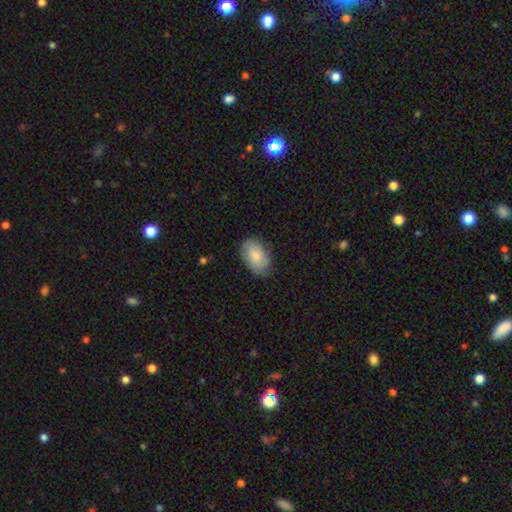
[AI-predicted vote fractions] Smooth or featured?
  - smooth: 79% *
  - featured or disk: 15%
  - star or artifact: 6%
How rounded?
  - in between: 89% *
  - round: 10%
  - cigar-shaped: 1%
Merging?
  - none: 76% *
  - minor disturbance: 19%
  - major disturbance: 4%
  - merger: 1%